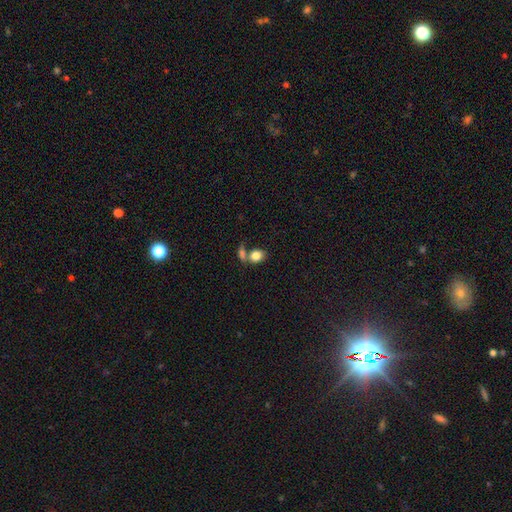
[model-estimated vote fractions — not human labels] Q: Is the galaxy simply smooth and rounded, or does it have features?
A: smooth — 82%.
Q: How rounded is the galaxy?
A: in between — 58%.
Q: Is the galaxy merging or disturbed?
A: none — 43%.